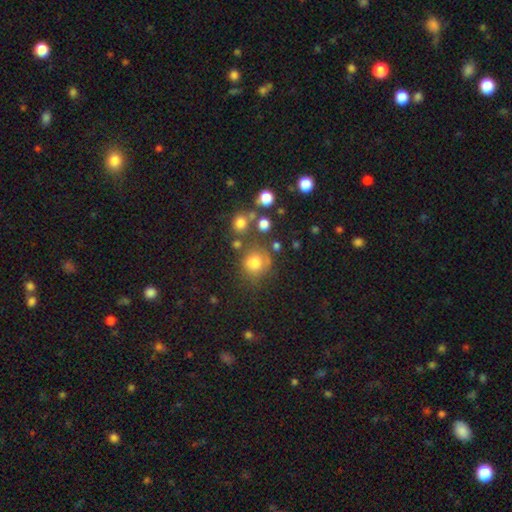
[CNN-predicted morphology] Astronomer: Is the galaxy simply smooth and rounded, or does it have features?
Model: smooth — 56% (runner-up: star or artifact, 36%).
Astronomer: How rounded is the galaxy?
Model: round — 87%.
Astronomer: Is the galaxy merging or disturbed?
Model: none — 70%.